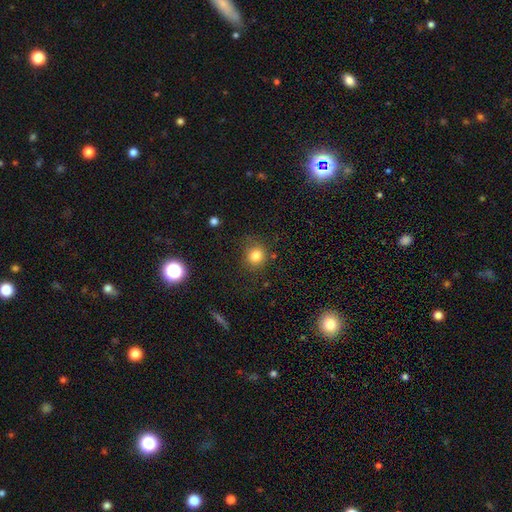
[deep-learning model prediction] Q: Smooth or featured?
A: smooth (82%); runner-up: star or artifact (12%)
Q: How rounded?
A: round (84%); runner-up: in between (15%)
Q: Merging?
A: none (78%); runner-up: minor disturbance (13%)